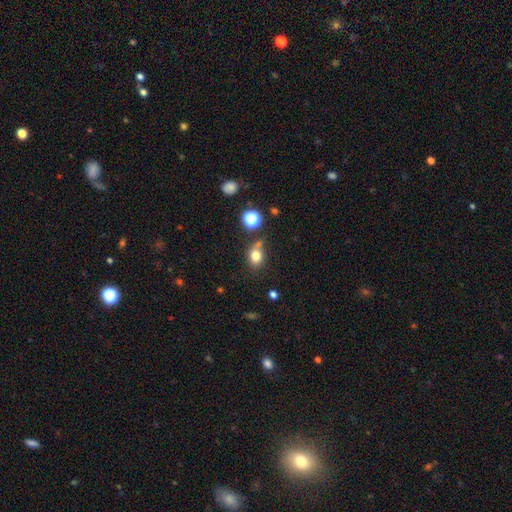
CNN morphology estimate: Smooth or featured: smooth — 78% (star or artifact — 14%)
How rounded: round — 52% (in between — 47%)
Merging: none — 60% (merger — 17%)